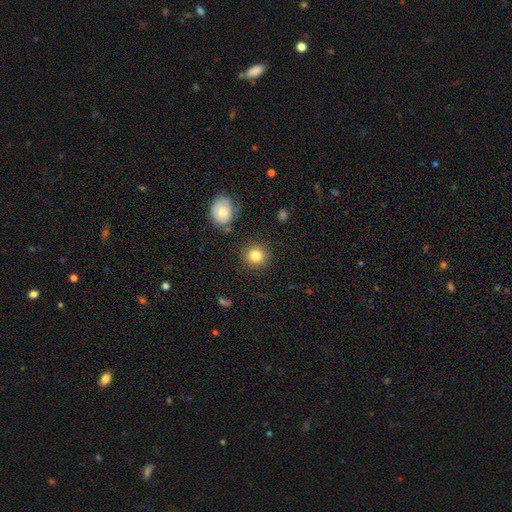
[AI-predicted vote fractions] smooth 82%, star or artifact 10%, featured or disk 8%. Down the decision tree: how rounded — round (91%); merging — none (86%).